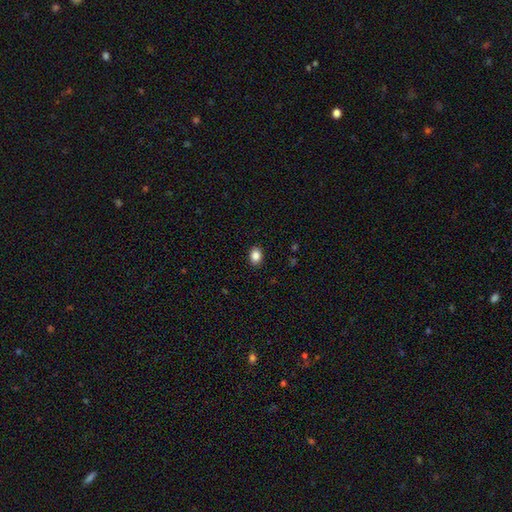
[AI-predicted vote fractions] A smooth galaxy with no disk features (87%) that is in between round and cigar-shaped (61%).

Vote fractions:
- Smooth or featured? smooth: 87% / star or artifact: 9% / featured or disk: 4%
- How rounded? in between: 61% / round: 38% / cigar-shaped: 1%
- Merging? none: 90% / minor disturbance: 7% / major disturbance: 2% / merger: 1%